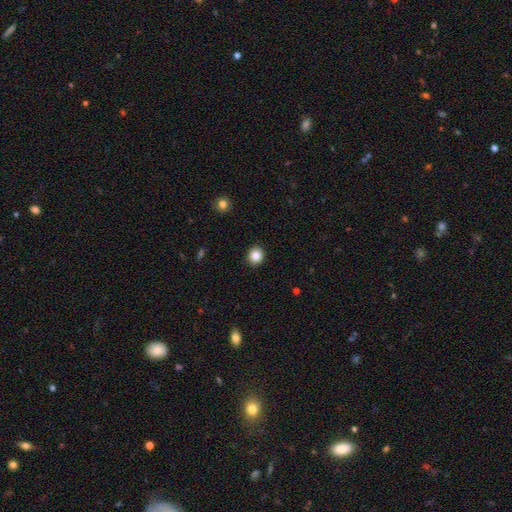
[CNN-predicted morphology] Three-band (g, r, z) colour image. It shows a smooth galaxy with no disk features (84%) that is round (85%). Merging: none (92%).